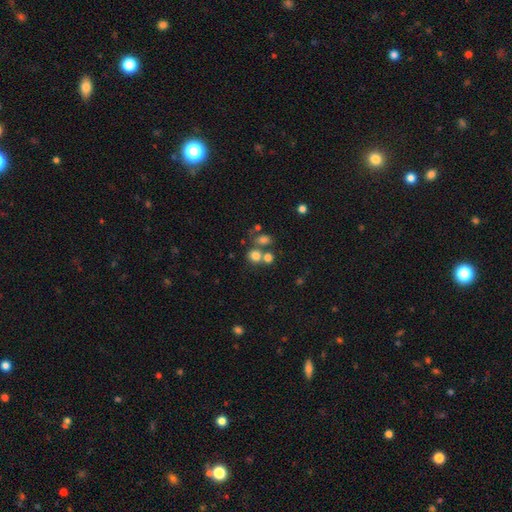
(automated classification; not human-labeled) A smooth galaxy with no disk features (74%) that is round (75%).

Vote fractions:
- Smooth or featured? smooth: 74% / star or artifact: 15% / featured or disk: 11%
- How rounded? round: 75% / in between: 24% / cigar-shaped: 1%
- Merging? none: 48% / merger: 38% / minor disturbance: 9% / major disturbance: 5%